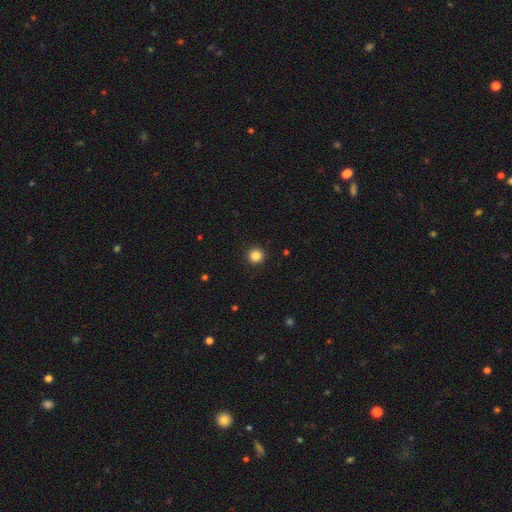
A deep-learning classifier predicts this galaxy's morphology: Smooth or featured? Predicted: smooth (p=0.85). How rounded? Predicted: round (p=0.96). Merging? Predicted: none (p=0.93).